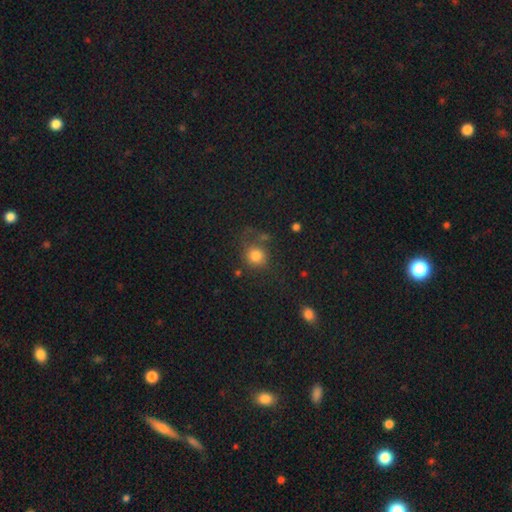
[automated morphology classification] smooth 81%, star or artifact 12%, featured or disk 7%. Down the decision tree: how rounded — round (84%); merging — none (60%).